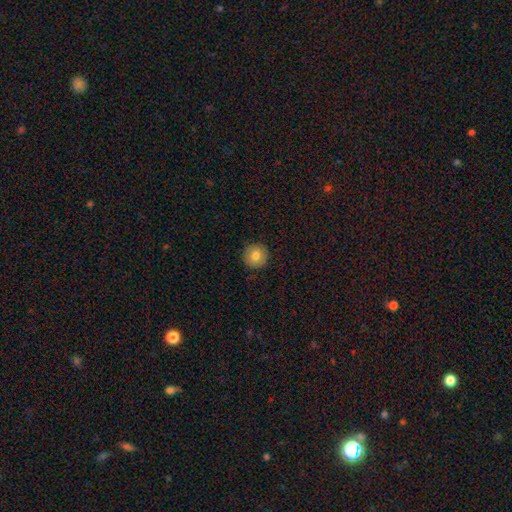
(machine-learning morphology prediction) Smooth or featured: smooth — 78% (featured or disk — 13%)
How rounded: round — 95% (in between — 4%)
Merging: none — 91% (minor disturbance — 6%)